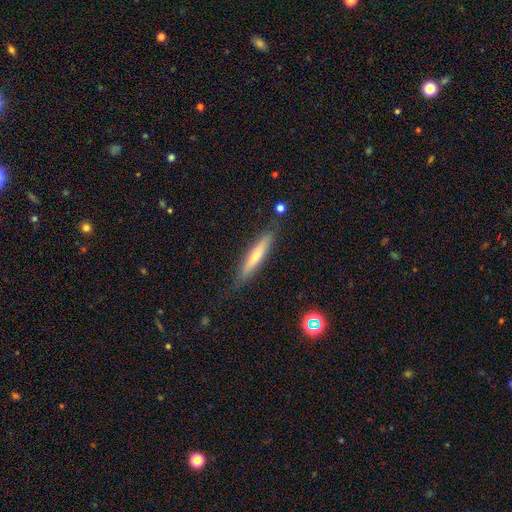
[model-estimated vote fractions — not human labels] A smooth galaxy with no disk features (54%) that is cigar-shaped (90%). Merging: none (83%).